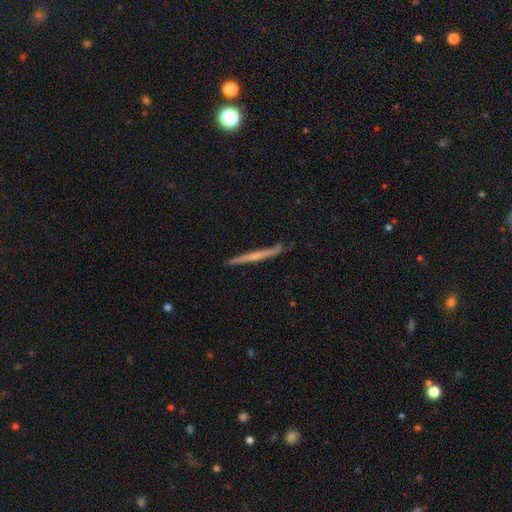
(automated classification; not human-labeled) A featured or disk galaxy (56%) viewed edge-on (97%) with no central bulge (65%). Merging: none (88%).